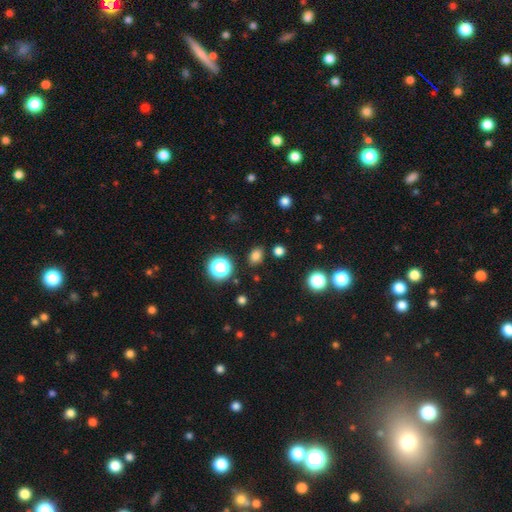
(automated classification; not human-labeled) A smooth galaxy with no disk features (78%) that is in between round and cigar-shaped (56%).

Vote fractions:
- Smooth or featured? smooth: 78% / star or artifact: 18% / featured or disk: 4%
- How rounded? in between: 56% / round: 43% / cigar-shaped: 1%
- Merging? none: 85% / minor disturbance: 9% / major disturbance: 3% / merger: 2%